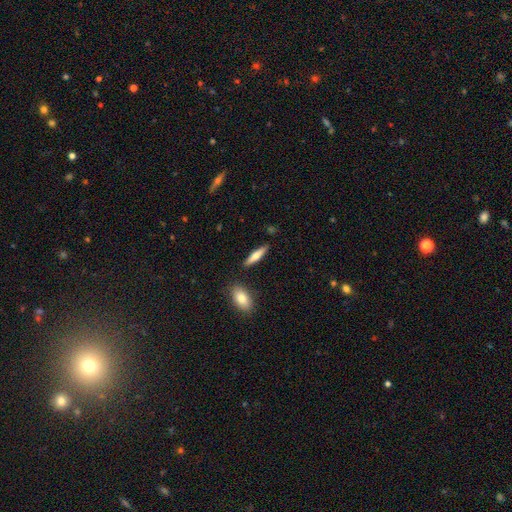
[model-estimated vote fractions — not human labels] A smooth galaxy with no disk features (61%) that is cigar-shaped (77%).

Vote fractions:
- Smooth or featured? smooth: 61% / featured or disk: 33% / star or artifact: 6%
- How rounded? cigar-shaped: 77% / in between: 21% / round: 2%
- Merging? none: 85% / minor disturbance: 9% / merger: 4% / major disturbance: 2%